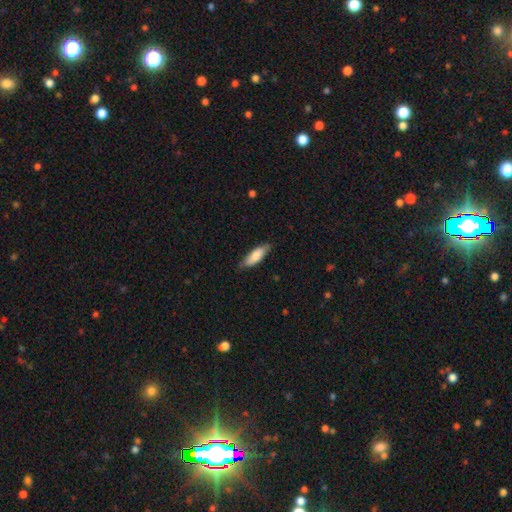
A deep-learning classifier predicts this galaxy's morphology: Smooth or featured? smooth (76%)
How rounded? in between (59%)
Merging? none (79%)